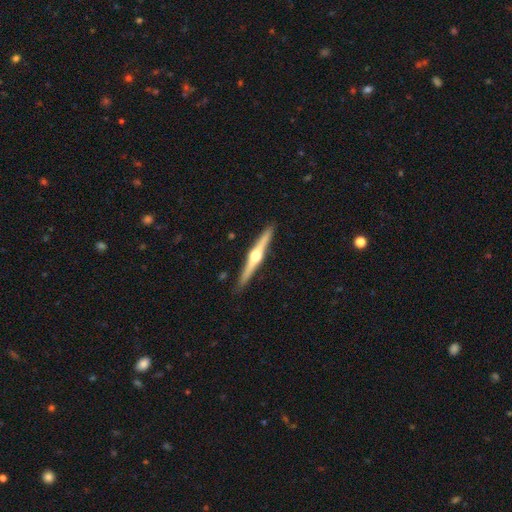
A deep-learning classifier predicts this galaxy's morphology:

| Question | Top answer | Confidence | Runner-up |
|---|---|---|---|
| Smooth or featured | featured or disk | 79% | smooth (16%) |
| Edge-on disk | yes | 98% | no (2%) |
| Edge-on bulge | rounded | 96% | boxy (2%) |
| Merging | none | 90% | minor disturbance (7%) |